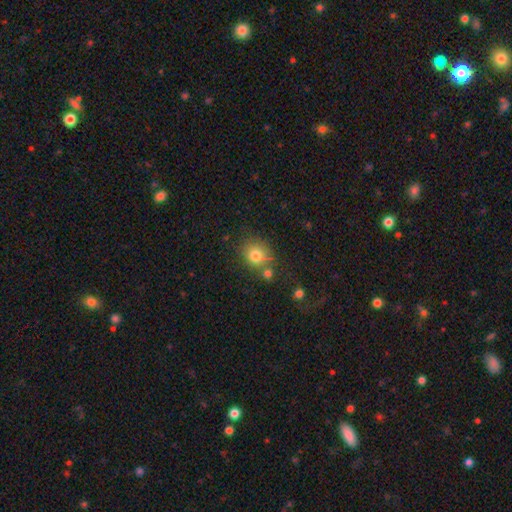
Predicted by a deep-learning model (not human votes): The model was most divided on "merging": none: 64%, merger: 16%, minor disturbance: 15%, major disturbance: 6%. More confident: smooth or featured — smooth (78%); how rounded — round (75%).